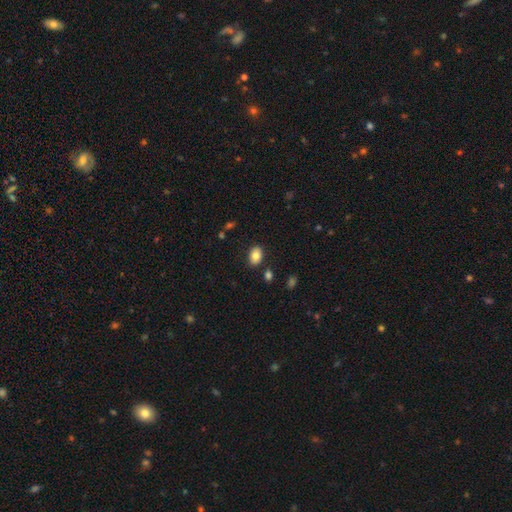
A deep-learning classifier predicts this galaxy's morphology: A smooth galaxy with no disk features (82%) that is in between round and cigar-shaped (82%). Merging: none (85%).